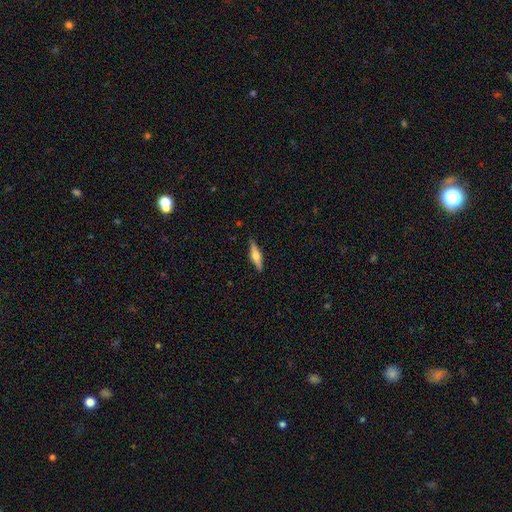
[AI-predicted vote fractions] Smooth or featured? Predicted: featured or disk (p=0.58). Edge-on disk? Predicted: yes (p=0.96). Edge-on bulge? Predicted: rounded (p=0.91). Merging? Predicted: none (p=0.88).